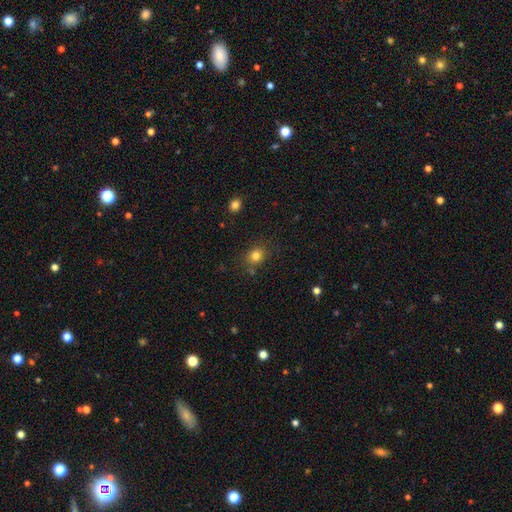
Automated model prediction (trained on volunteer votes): Smooth or featured? smooth (81%)
How rounded? round (67%)
Merging? none (79%)